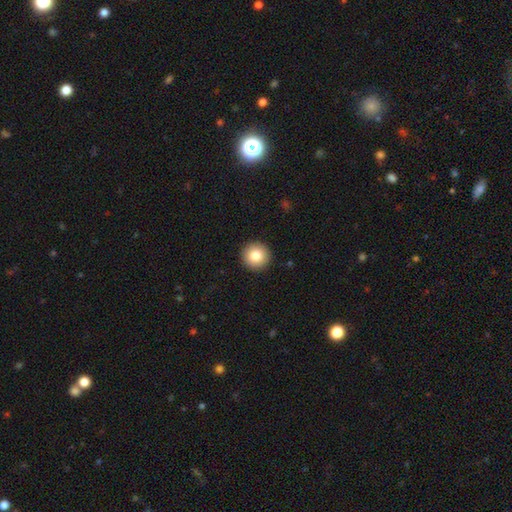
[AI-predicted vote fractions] Smooth or featured?
  - smooth: 82% *
  - star or artifact: 9%
  - featured or disk: 9%
How rounded?
  - round: 96% *
  - in between: 3%
  - cigar-shaped: 1%
Merging?
  - none: 93% *
  - minor disturbance: 5%
  - major disturbance: 1%
  - merger: 1%